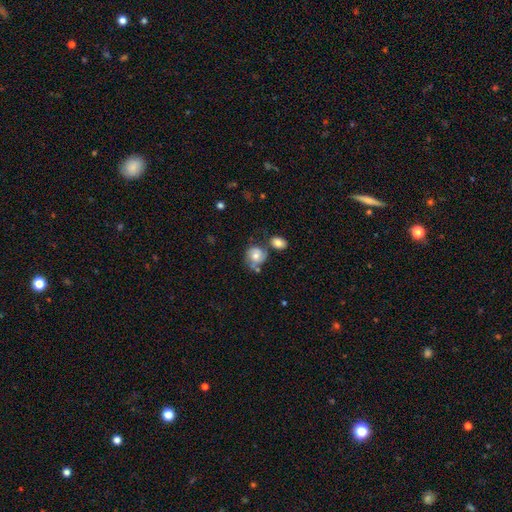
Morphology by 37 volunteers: This is possibly a smooth galaxy (54%). How rounded: clearly round (80%). Merging: marginally none (43%).